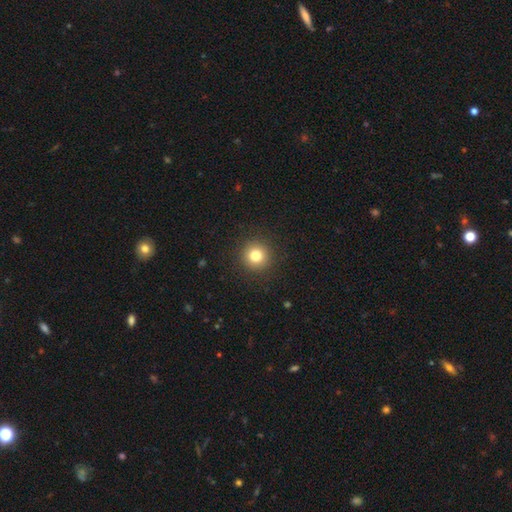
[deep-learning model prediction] Overall: smooth (80%). How rounded: round (95%). Merging: none (92%).